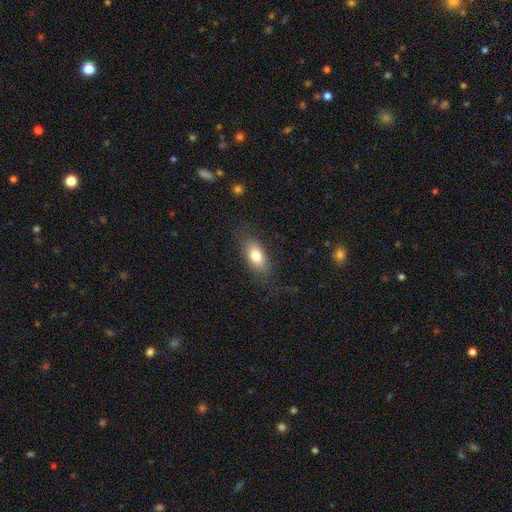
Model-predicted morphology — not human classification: smooth_or_featured: smooth (p=0.77) [alt: featured or disk p=0.15]
how_rounded: in between (p=0.85) [alt: cigar-shaped p=0.09]
merging: none (p=0.80) [alt: minor disturbance p=0.14]